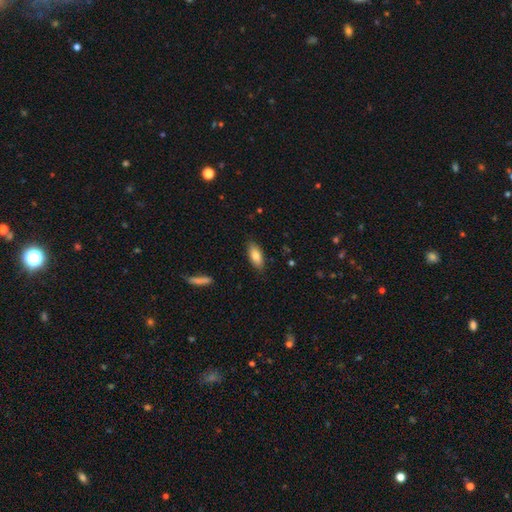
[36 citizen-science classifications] Smooth or featured? 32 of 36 (89%) said smooth. How rounded? 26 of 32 (81%) said in between. Merging? 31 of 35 (89%) said none.